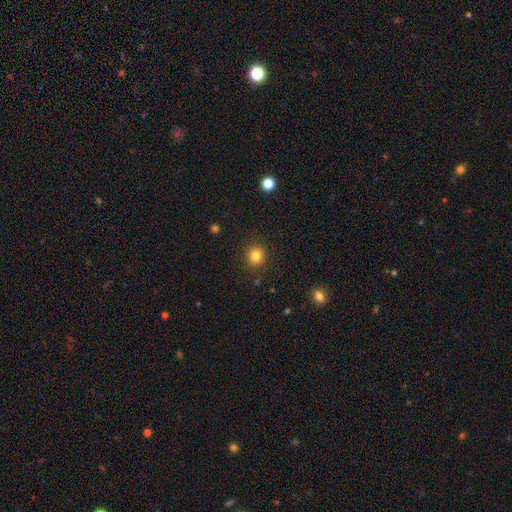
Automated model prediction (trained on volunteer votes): A smooth galaxy with no disk features (83%) that is round (88%). Merging: none (90%).